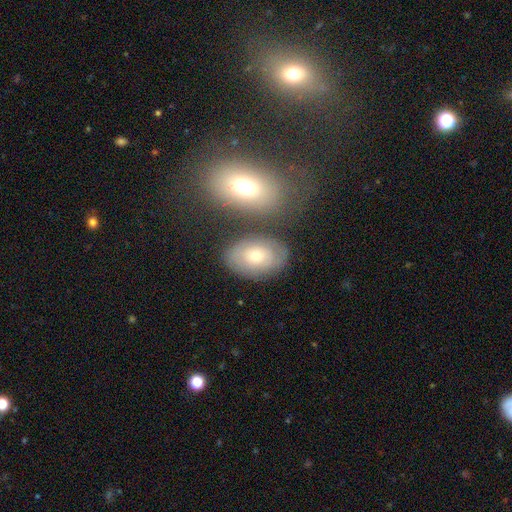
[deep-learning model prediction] A smooth galaxy with no disk features (56%) that is in between round and cigar-shaped (84%). Merging: none (70%).